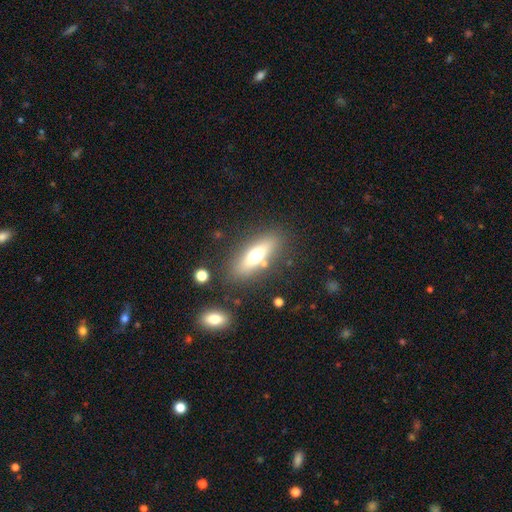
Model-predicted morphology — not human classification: Overall: smooth (56%; featured or disk 36%). How rounded: cigar-shaped (49%; in between 48%). Merging: none (79%).